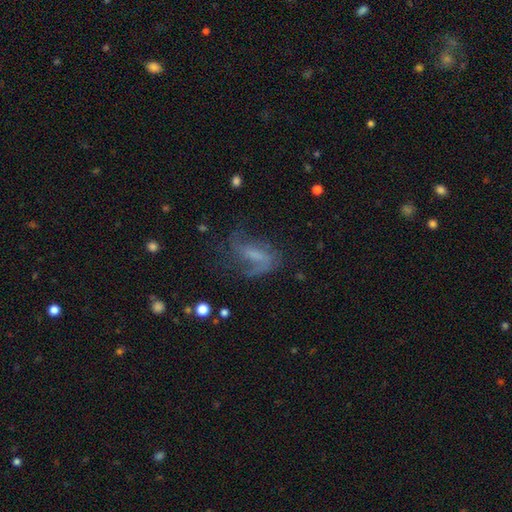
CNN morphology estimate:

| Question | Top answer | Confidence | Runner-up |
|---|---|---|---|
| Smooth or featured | featured or disk | 67% | smooth (22%) |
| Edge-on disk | no | 94% | yes (6%) |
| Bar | weak | 43% | no (35%) |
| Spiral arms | yes | 84% | no (16%) |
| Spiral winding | loose | 49% | medium (37%) |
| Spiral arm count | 2 | 47% | 1 (26%) |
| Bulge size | none | 46% | small (27%) |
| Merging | none | 46% | major disturbance (30%) |